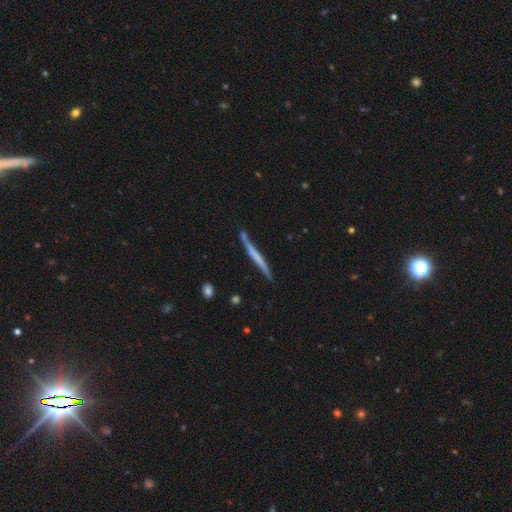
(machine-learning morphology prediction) smooth-or-featured: featured or disk: 53% | smooth: 42% | star or artifact: 6%
  disk-edge-on: yes: 96% | no: 4%
    edge-on-bulge: none: 80% | rounded: 12% | boxy: 9%
  merging: none: 79% | minor disturbance: 14% | merger: 4% | major disturbance: 3%